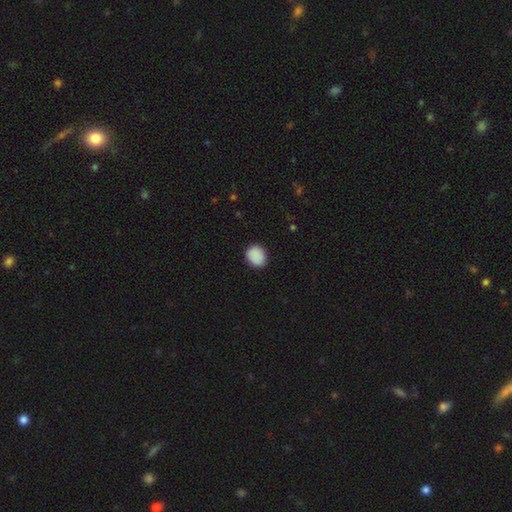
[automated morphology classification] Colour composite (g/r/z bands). It shows a smooth galaxy with no disk features (89%) that is round (59%). Merging: none (85%).